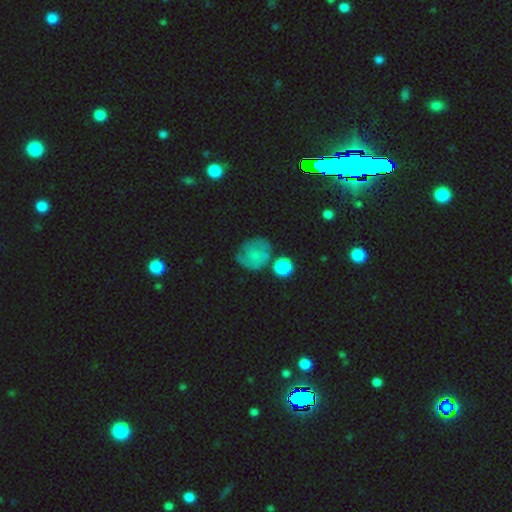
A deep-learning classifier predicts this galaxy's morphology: A smooth galaxy with no disk features (53%) that is round (74%).

Vote fractions:
- Smooth or featured? smooth: 53% / featured or disk: 36% / star or artifact: 11%
- How rounded? round: 74% / in between: 25% / cigar-shaped: 1%
- Merging? none: 53% / minor disturbance: 26% / major disturbance: 13% / merger: 8%